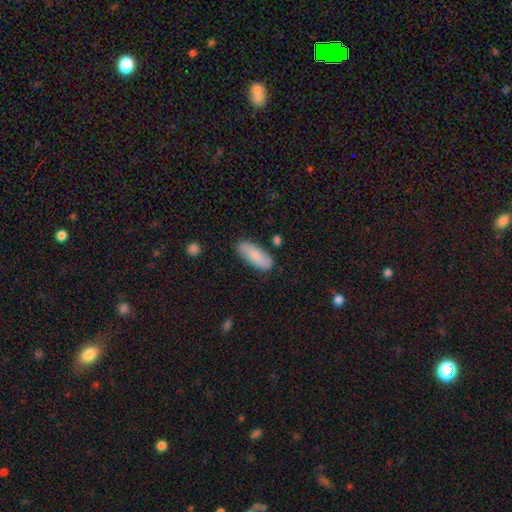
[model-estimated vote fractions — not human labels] Overall: smooth (82%). How rounded: in between (75%). Merging: none (82%).